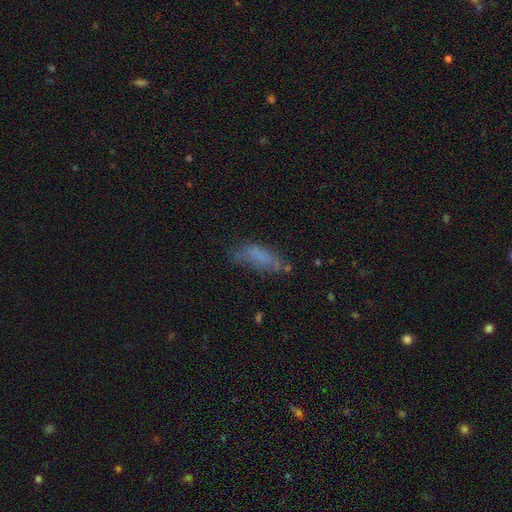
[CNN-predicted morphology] Overall: smooth (64%). How rounded: in between (59%; cigar-shaped 38%). Merging: none (50%; minor disturbance 28%).